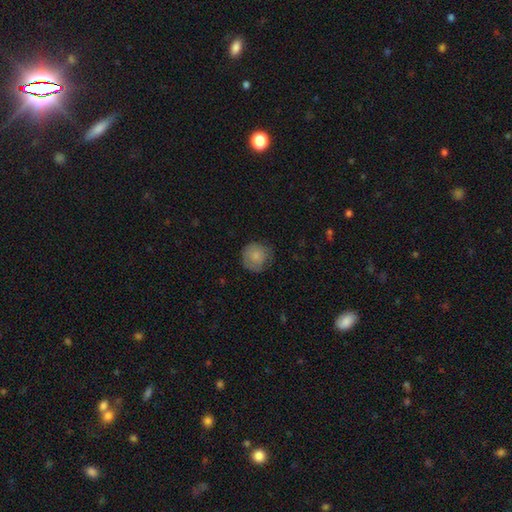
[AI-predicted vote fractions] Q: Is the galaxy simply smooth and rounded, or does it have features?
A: smooth — 82%.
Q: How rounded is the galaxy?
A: round — 92%.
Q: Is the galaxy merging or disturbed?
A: none — 73%.